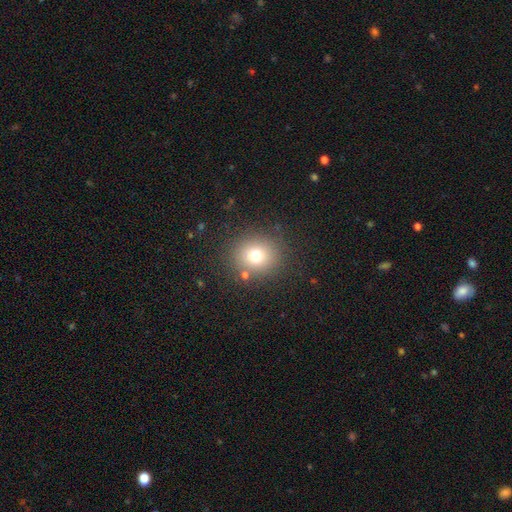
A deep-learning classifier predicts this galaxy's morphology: Smooth or featured: smooth — 72% (star or artifact — 16%)
How rounded: round — 86% (in between — 13%)
Merging: none — 84% (minor disturbance — 8%)